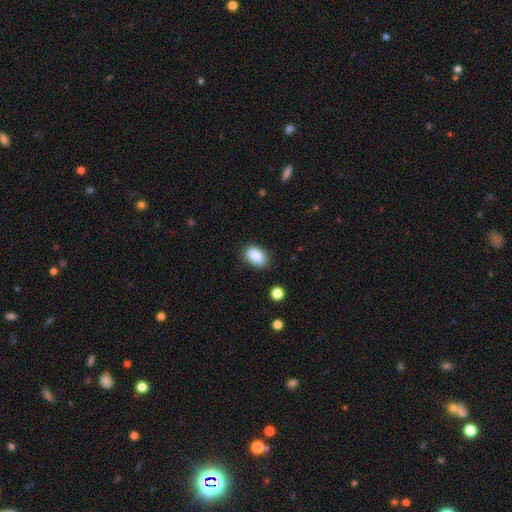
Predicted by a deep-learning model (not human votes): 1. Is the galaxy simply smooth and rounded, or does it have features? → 87% smooth, 8% star or artifact, 5% featured or disk.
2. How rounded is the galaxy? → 88% in between, 11% round, 1% cigar-shaped.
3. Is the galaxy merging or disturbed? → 85% none, 11% minor disturbance, 3% major disturbance, 2% merger.